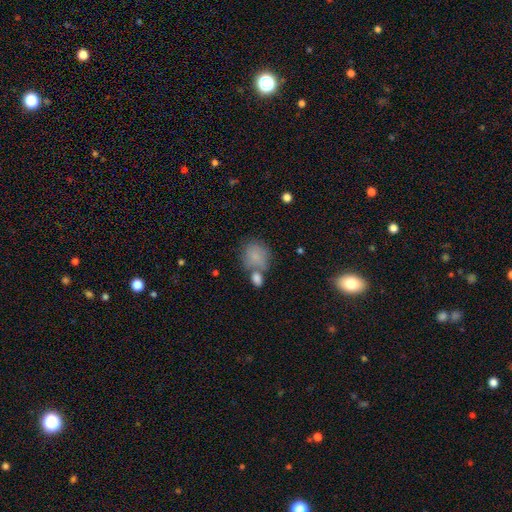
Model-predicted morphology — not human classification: smooth 80%, featured or disk 12%, star or artifact 8%. Down the decision tree: how rounded — round (69%); merging — none (41%).